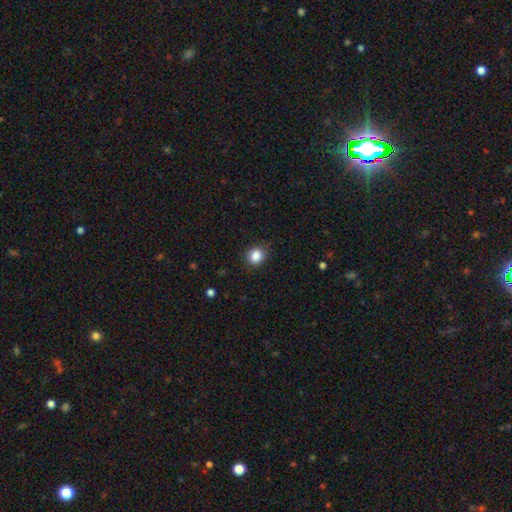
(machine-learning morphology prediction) smooth-or-featured: smooth: 86% | star or artifact: 10% | featured or disk: 4%
  how-rounded: round: 80% | in between: 19% | cigar-shaped: 1%
  merging: none: 86% | minor disturbance: 10% | major disturbance: 3% | merger: 1%